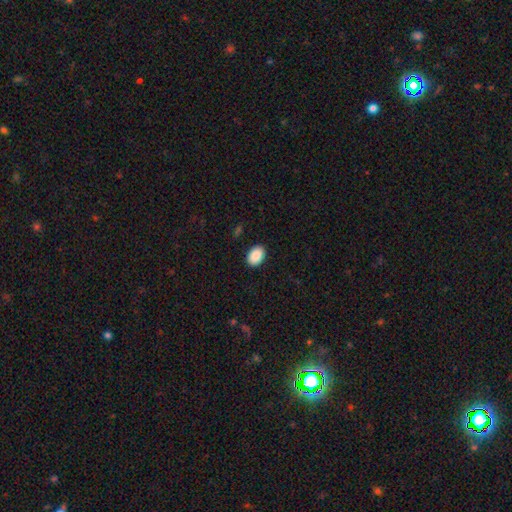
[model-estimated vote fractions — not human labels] Smooth or featured: smooth — 90% (star or artifact — 7%)
How rounded: in between — 84% (round — 15%)
Merging: none — 90% (minor disturbance — 7%)